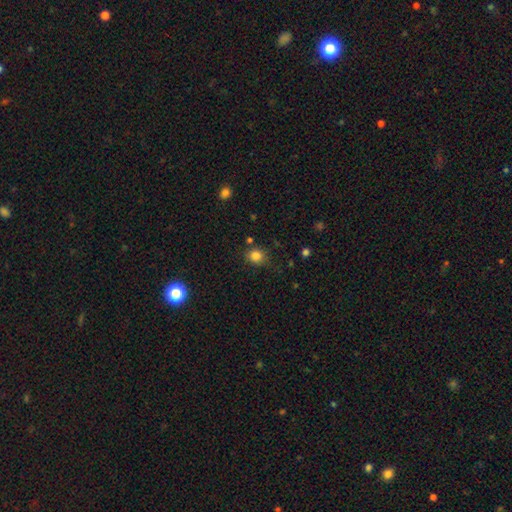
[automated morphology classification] A smooth galaxy with no disk features (83%) that is round (78%). Merging: none (77%).